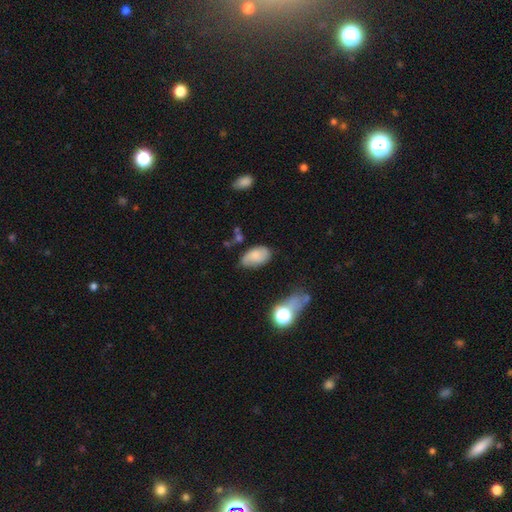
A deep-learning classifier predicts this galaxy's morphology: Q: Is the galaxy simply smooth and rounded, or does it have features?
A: smooth — 65%.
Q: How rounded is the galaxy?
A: in between — 92%.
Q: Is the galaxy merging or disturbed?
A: none — 62%.